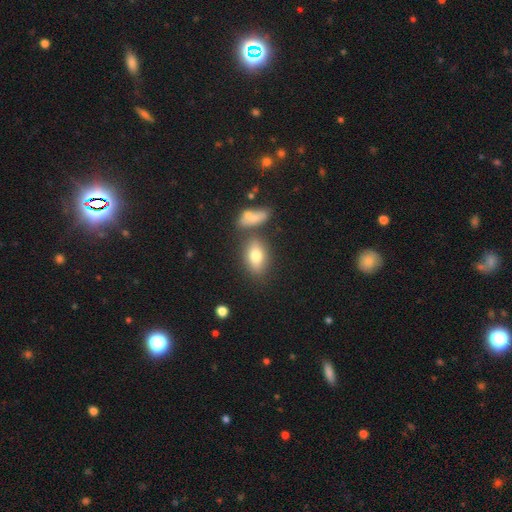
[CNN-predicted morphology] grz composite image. It shows a smooth galaxy with no disk features (72%) that is in between round and cigar-shaped (82%). Merging: none (71%).